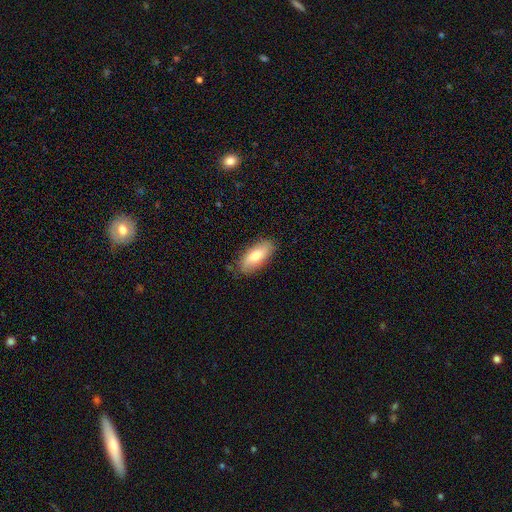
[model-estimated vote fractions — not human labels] smooth 73%, featured or disk 21%, star or artifact 6%. Down the decision tree: how rounded — in between (83%); merging — none (83%).